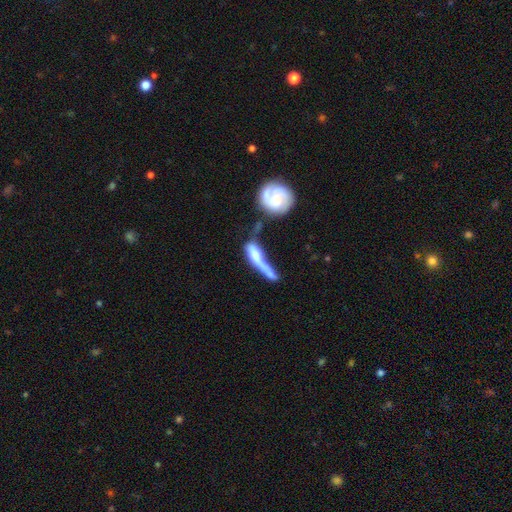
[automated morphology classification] This appears to be a smooth galaxy with no disk features (49%). Merging: merger (47%).